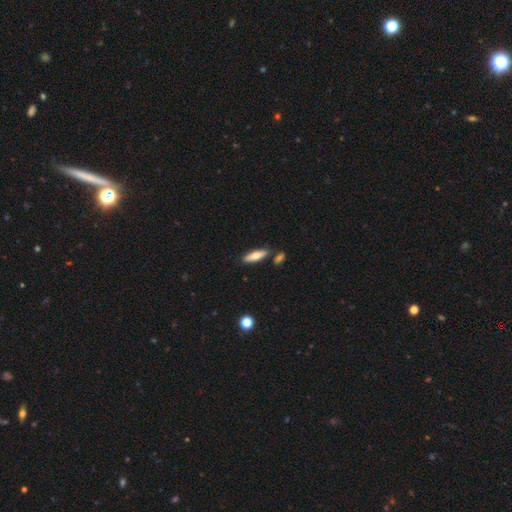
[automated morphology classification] Smooth or featured? smooth (63%)
How rounded? cigar-shaped (55%)
Merging? none (80%)